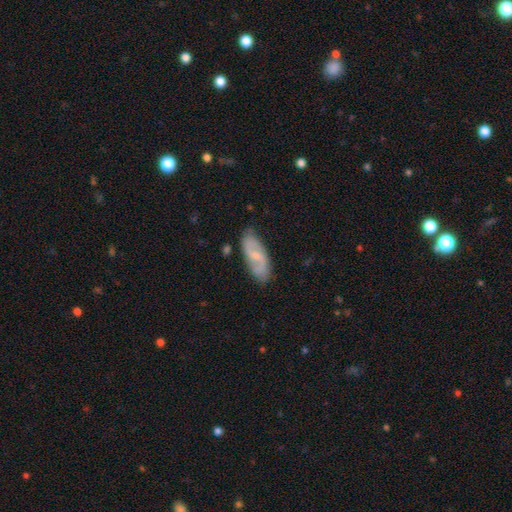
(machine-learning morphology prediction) Q: Smooth or featured?
A: featured or disk (69%); runner-up: smooth (25%)
Q: Edge-on disk?
A: no (91%); runner-up: yes (9%)
Q: Bar?
A: weak (50%); runner-up: no (35%)
Q: Spiral arms?
A: yes (90%); runner-up: no (10%)
Q: Spiral winding?
A: loose (41%); tied with: medium (41%)
Q: Spiral arm count?
A: 2 (87%); runner-up: can't tell (8%)
Q: Bulge size?
A: small (66%); runner-up: moderate (24%)
Q: Merging?
A: none (81%); runner-up: minor disturbance (15%)